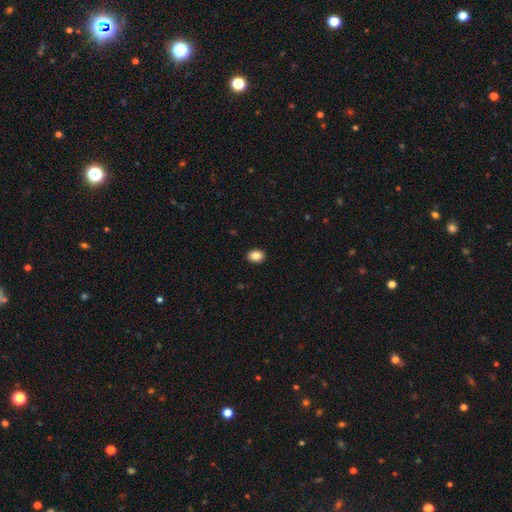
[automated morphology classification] This is clearly a smooth galaxy (86%). How rounded: likely in between (65%). Merging: clearly none (91%).